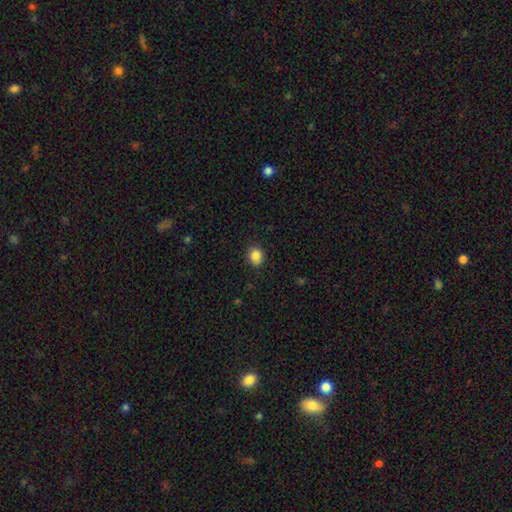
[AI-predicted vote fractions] Morphology: type=smooth (86%); roundness=round (74%); merging=none (88%).